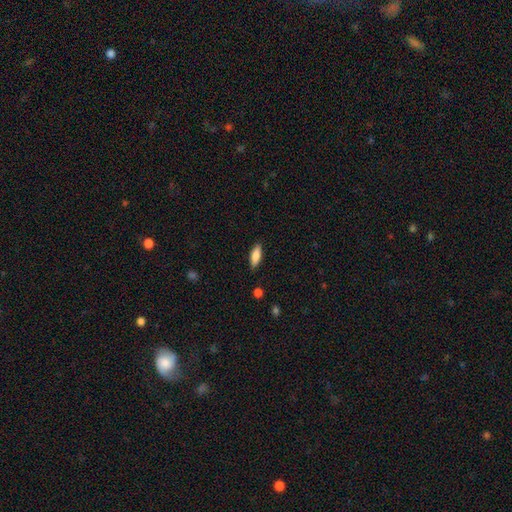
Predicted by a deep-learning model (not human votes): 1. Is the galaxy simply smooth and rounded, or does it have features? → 82% smooth, 11% featured or disk, 6% star or artifact.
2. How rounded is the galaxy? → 63% in between, 36% cigar-shaped, 2% round.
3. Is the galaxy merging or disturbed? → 87% none, 10% minor disturbance, 2% major disturbance, 1% merger.